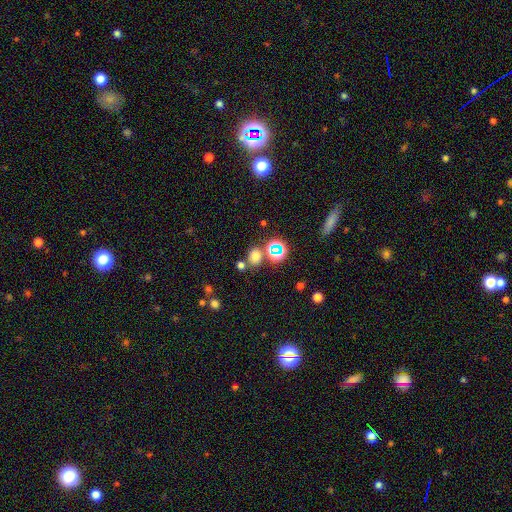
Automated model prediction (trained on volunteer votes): Morphology: type=smooth (65%); roundness=round (63%); merging=none (70%).